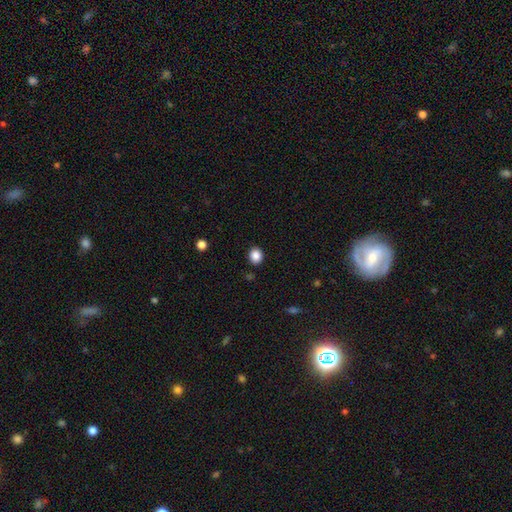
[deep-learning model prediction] Smooth or featured? Predicted: smooth (p=0.87). How rounded? Predicted: round (p=0.69). Merging? Predicted: none (p=0.89).